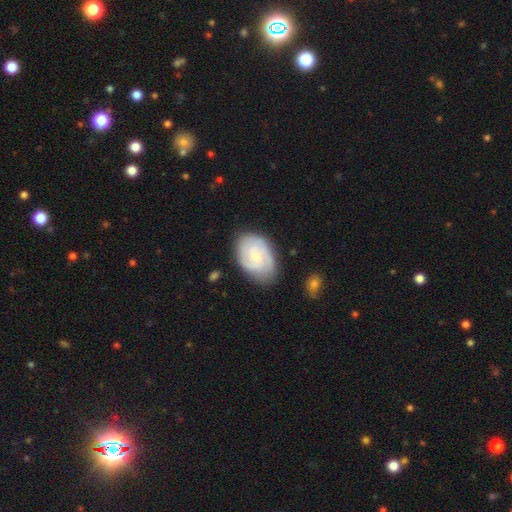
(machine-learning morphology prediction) smooth_or_featured: featured or disk (p=0.73) [alt: smooth p=0.22]
disk_edge_on: no (p=0.97) [alt: yes p=0.03]
bar: no (p=0.55) [alt: weak p=0.41]
has_spiral_arms: yes (p=0.93) [alt: no p=0.07]
spiral_winding: tight (p=0.58) [alt: medium p=0.34]
spiral_arm_count: 2 (p=0.49) [alt: can't tell p=0.24]
bulge_size: small (p=0.60) [alt: moderate p=0.34]
merging: none (p=0.74) [alt: minor disturbance p=0.20]